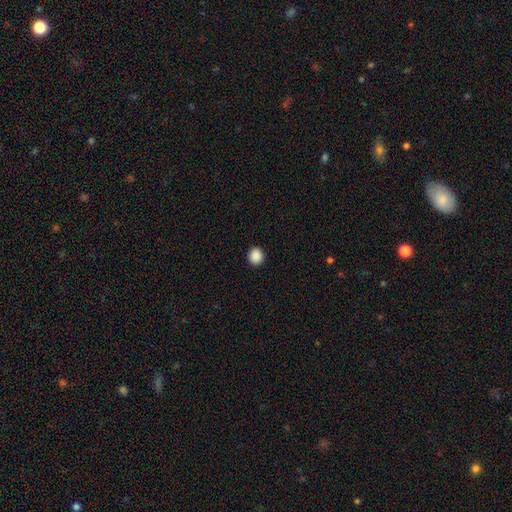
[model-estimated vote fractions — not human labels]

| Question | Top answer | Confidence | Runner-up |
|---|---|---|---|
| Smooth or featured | smooth | 89% | star or artifact (9%) |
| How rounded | round | 90% | in between (9%) |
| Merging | none | 93% | minor disturbance (5%) |